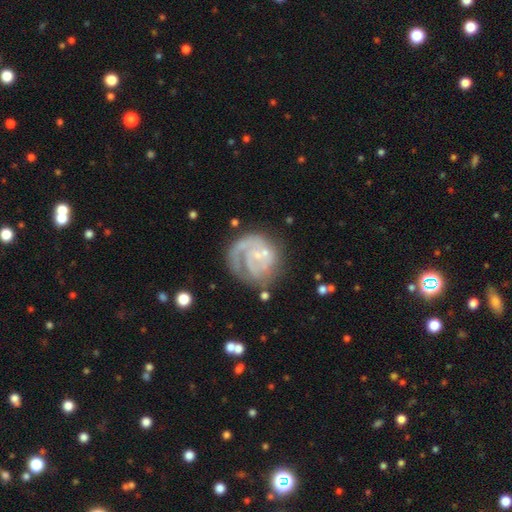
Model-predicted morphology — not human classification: Smooth or featured?
  - featured or disk: 80% *
  - smooth: 13%
  - star or artifact: 7%
Edge-on disk?
  - no: 98% *
  - yes: 2%
Bar?
  - no: 69% *
  - weak: 25%
  - strong: 6%
Spiral arms?
  - yes: 88% *
  - no: 12%
Spiral winding?
  - tight: 57% *
  - medium: 30%
  - loose: 13%
Spiral arm count?
  - 1: 38% *
  - 2: 25%
  - can't tell: 21%
  - 3: 10%
  - 4: 3%
  - more than 4: 3%
Bulge size?
  - small: 67% *
  - none: 19%
  - moderate: 11%
  - large: 1%
  - dominant: 1%
Merging?
  - none: 56% *
  - major disturbance: 20%
  - minor disturbance: 19%
  - merger: 5%